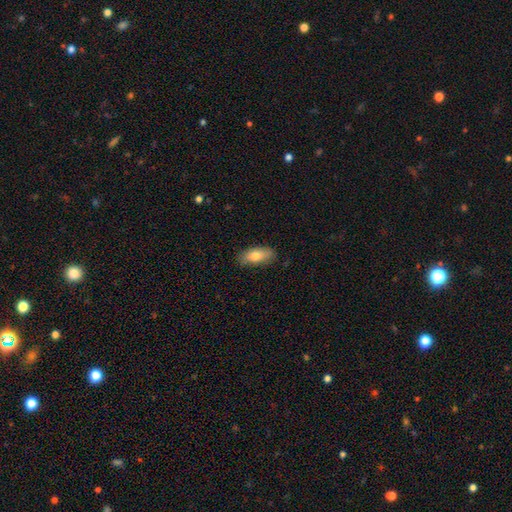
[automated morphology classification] smooth-or-featured: smooth: 76% | featured or disk: 18% | star or artifact: 7%
  how-rounded: in between: 84% | cigar-shaped: 13% | round: 3%
  merging: none: 82% | minor disturbance: 14% | major disturbance: 3% | merger: 1%